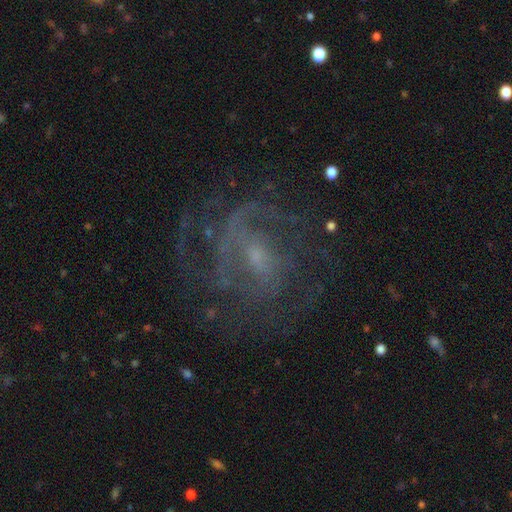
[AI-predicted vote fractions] Overall: featured or disk (80%). Edge-on disk: no (97%). Bar: weak (47%; no 41%). Spiral arms: yes (85%). Spiral arm count: can't tell (38%; 2 24%). Spiral winding: tight (43%; medium 41%). Bulge size: small (60%; moderate 25%). Merging: none (66%).